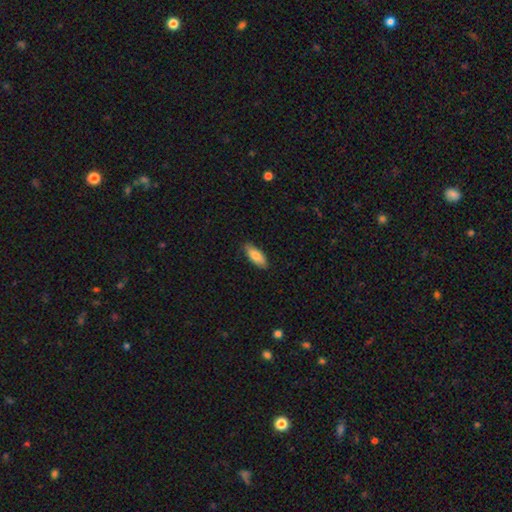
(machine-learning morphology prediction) smooth-or-featured: smooth: 83% | featured or disk: 12% | star or artifact: 6%
  how-rounded: in between: 77% | cigar-shaped: 21% | round: 2%
  merging: none: 85% | minor disturbance: 12% | major disturbance: 2% | merger: 1%